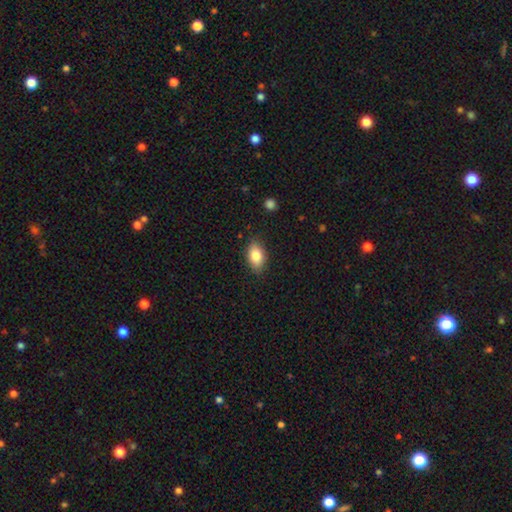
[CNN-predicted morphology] smooth-or-featured: smooth: 83% | featured or disk: 10% | star or artifact: 7%
  how-rounded: in between: 89% | round: 8% | cigar-shaped: 3%
  merging: none: 84% | minor disturbance: 12% | major disturbance: 3% | merger: 1%